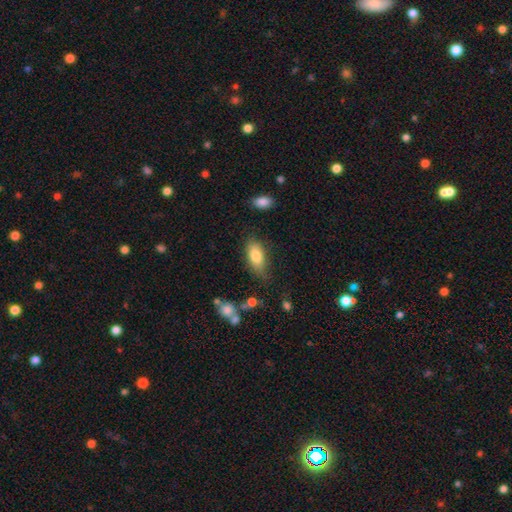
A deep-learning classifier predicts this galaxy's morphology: The model was most divided on "merging": none: 67%, minor disturbance: 24%, major disturbance: 6%, merger: 3%. More confident: how rounded — in between (88%); smooth or featured — smooth (83%).